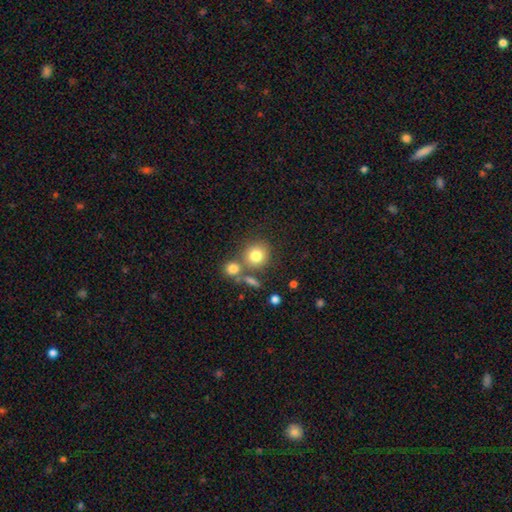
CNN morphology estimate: smooth 78%, star or artifact 12%, featured or disk 10%. Down the decision tree: how rounded — round (87%); merging — none (64%).